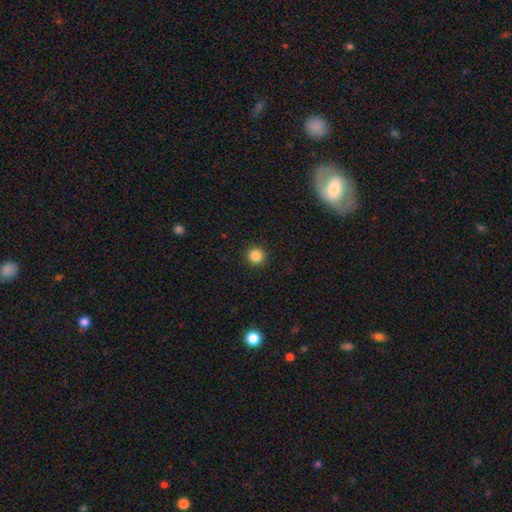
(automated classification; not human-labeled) smooth 86%, star or artifact 11%, featured or disk 3%. Down the decision tree: how rounded — round (95%); merging — none (93%).